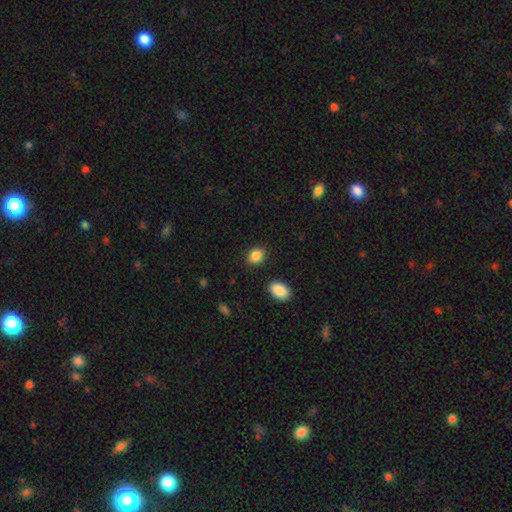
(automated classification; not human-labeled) Smooth or featured?
  - smooth: 88% *
  - star or artifact: 9%
  - featured or disk: 4%
How rounded?
  - in between: 60% *
  - round: 39%
  - cigar-shaped: 1%
Merging?
  - none: 86% *
  - minor disturbance: 8%
  - merger: 3%
  - major disturbance: 3%